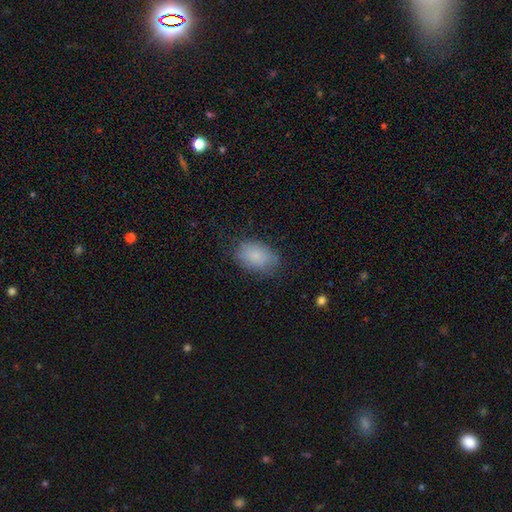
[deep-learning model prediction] Smooth or featured: smooth — 84% (featured or disk — 8%)
How rounded: in between — 85% (round — 14%)
Merging: none — 75% (minor disturbance — 18%)